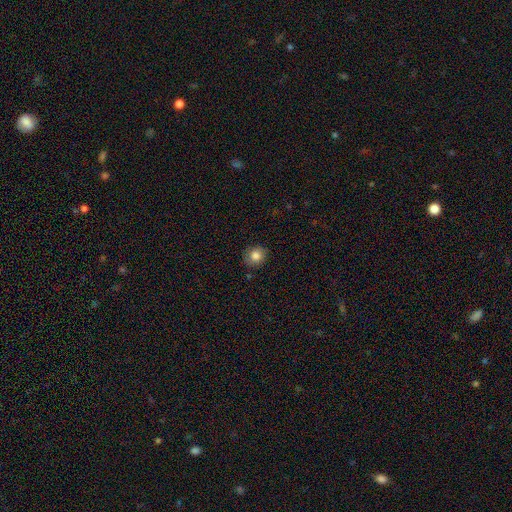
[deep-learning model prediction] Smooth or featured?
  - smooth: 82% *
  - star or artifact: 10%
  - featured or disk: 8%
How rounded?
  - round: 78% *
  - in between: 22%
  - cigar-shaped: 1%
Merging?
  - none: 84% *
  - minor disturbance: 12%
  - major disturbance: 2%
  - merger: 1%